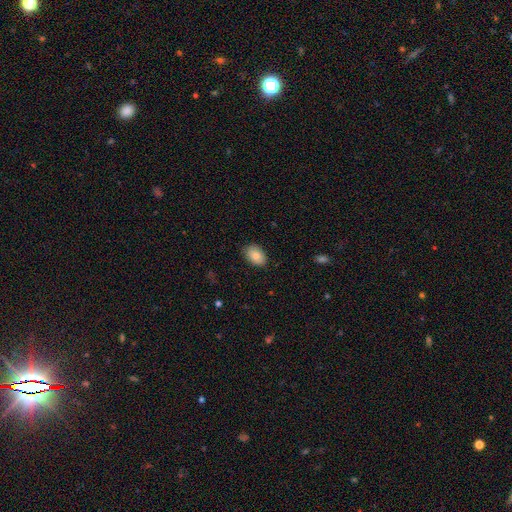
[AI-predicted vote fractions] smooth-or-featured: smooth: 85% | featured or disk: 8% | star or artifact: 7%
  how-rounded: in between: 88% | round: 11% | cigar-shaped: 1%
  merging: none: 85% | minor disturbance: 12% | major disturbance: 2% | merger: 1%